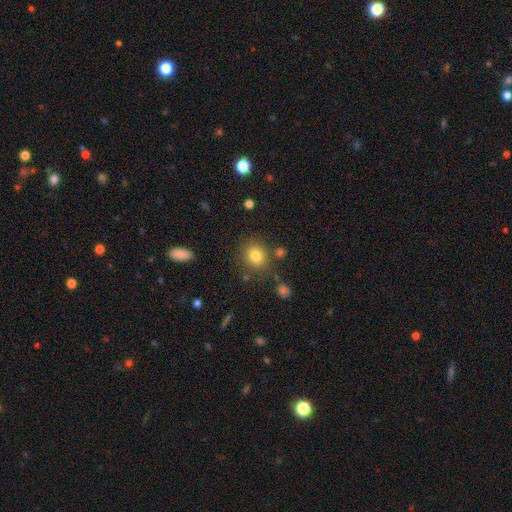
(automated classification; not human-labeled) smooth 80%, star or artifact 13%, featured or disk 7%. Down the decision tree: how rounded — round (84%); merging — none (82%).